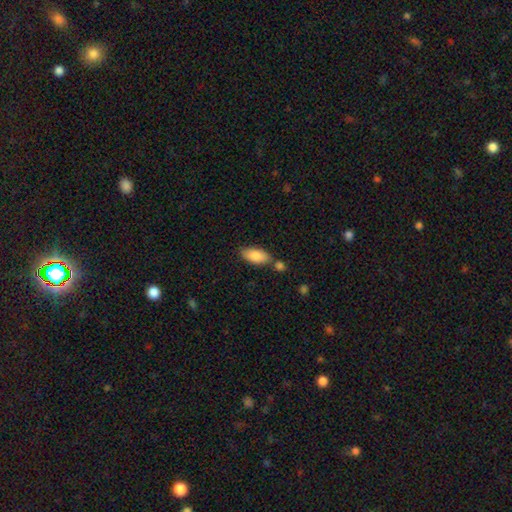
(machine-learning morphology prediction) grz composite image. It shows a smooth galaxy with no disk features (87%) that is in between round and cigar-shaped (89%). Merging: none (64%).